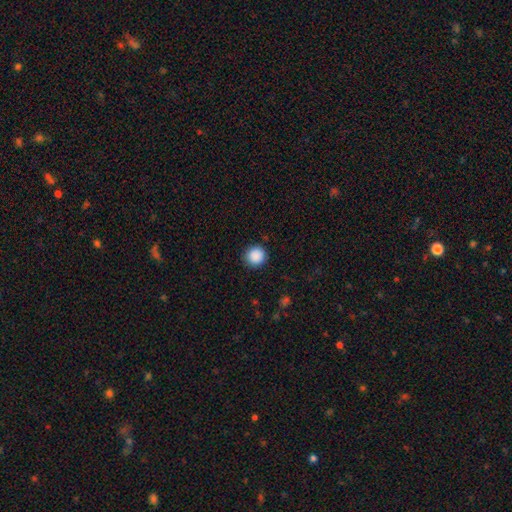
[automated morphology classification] Smooth or featured: smooth — 89% (star or artifact — 9%)
How rounded: round — 94% (in between — 5%)
Merging: none — 91% (minor disturbance — 6%)